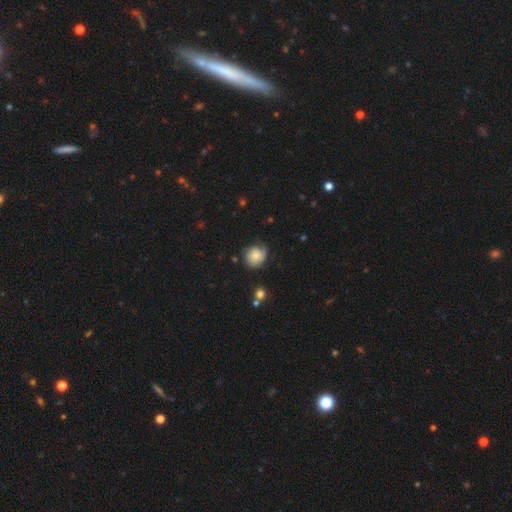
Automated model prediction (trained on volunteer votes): This appears to be a smooth galaxy with no disk features (55%) that is round (78%). Merging: none (59%).